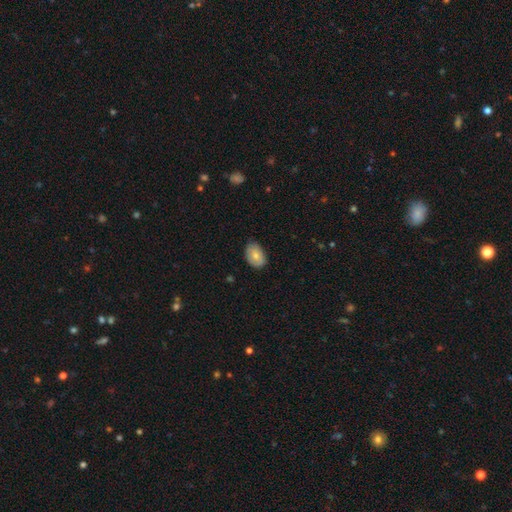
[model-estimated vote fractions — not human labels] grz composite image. It shows a smooth galaxy with no disk features (77%) that is in between round and cigar-shaped (83%). Merging: none (73%).